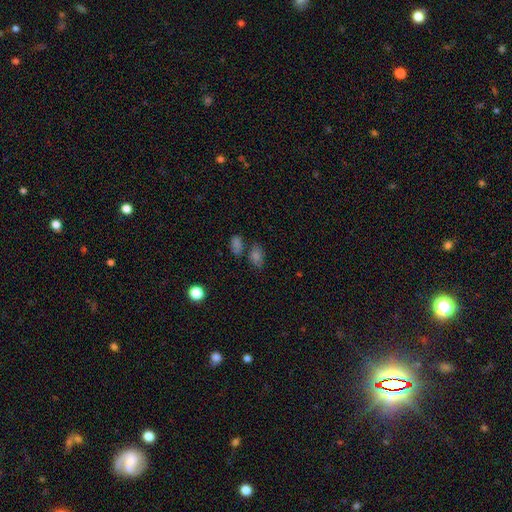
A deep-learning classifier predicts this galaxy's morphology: Smooth or featured? Predicted: smooth (p=0.57). How rounded? Predicted: in between (p=0.70). Merging? Predicted: none (p=0.59).